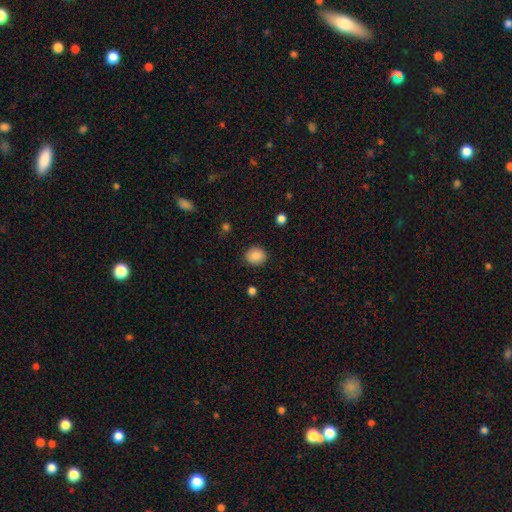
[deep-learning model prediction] Morphology: type=smooth (87%); roundness=round (69%); merging=none (88%).